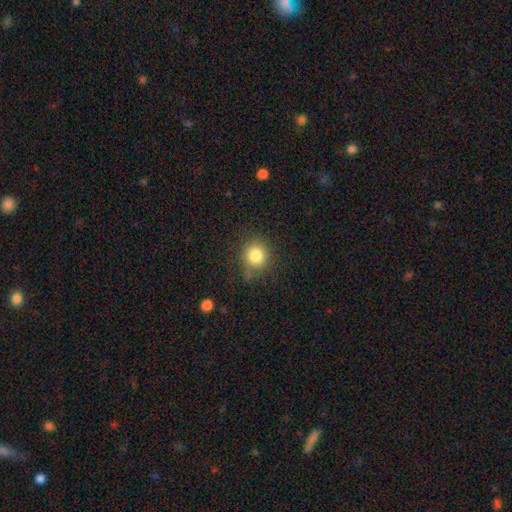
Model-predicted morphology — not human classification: smooth-or-featured: smooth: 82% | star or artifact: 11% | featured or disk: 7%
  how-rounded: round: 88% | in between: 11% | cigar-shaped: 1%
  merging: none: 78% | minor disturbance: 15% | major disturbance: 5% | merger: 2%